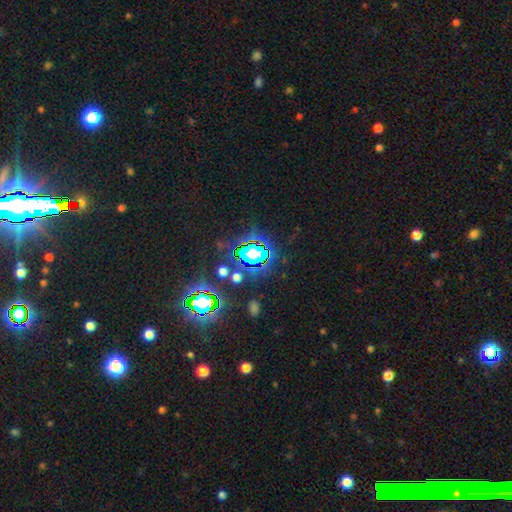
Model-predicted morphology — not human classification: smooth-or-featured: star or artifact: 76% | smooth: 15% | featured or disk: 9%